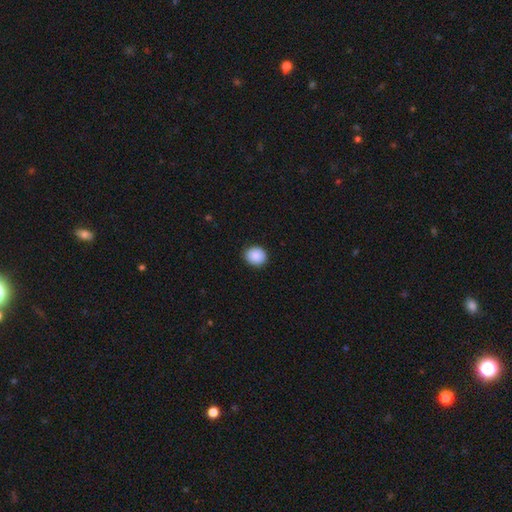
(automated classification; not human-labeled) Smooth or featured? smooth (89%)
How rounded? round (80%)
Merging? none (89%)